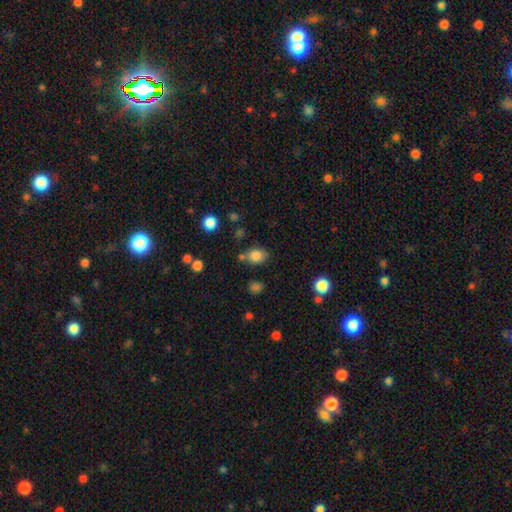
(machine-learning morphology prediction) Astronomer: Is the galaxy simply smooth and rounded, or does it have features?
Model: smooth — 83%.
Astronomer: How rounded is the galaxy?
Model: in between — 66%.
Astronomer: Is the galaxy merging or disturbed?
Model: none — 70%.